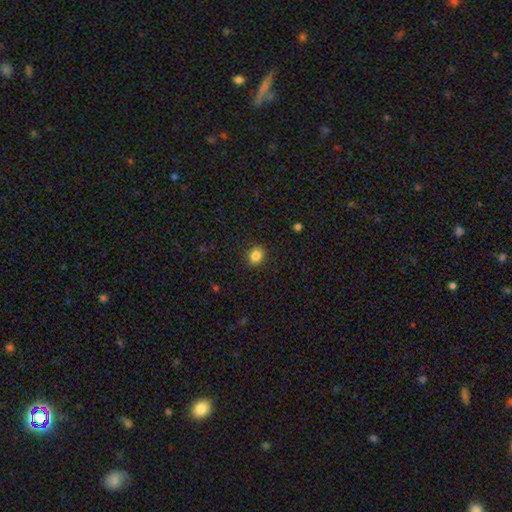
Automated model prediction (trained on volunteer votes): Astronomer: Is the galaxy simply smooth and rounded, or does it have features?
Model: smooth — 85%.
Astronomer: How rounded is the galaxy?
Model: round — 51% (runner-up: in between, 48%).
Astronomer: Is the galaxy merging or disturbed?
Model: none — 88%.